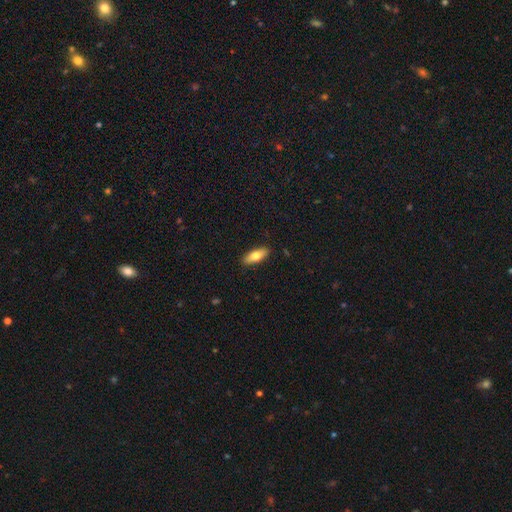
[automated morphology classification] smooth 75%, featured or disk 19%, star or artifact 6%. Down the decision tree: how rounded — in between (69%); merging — none (89%).